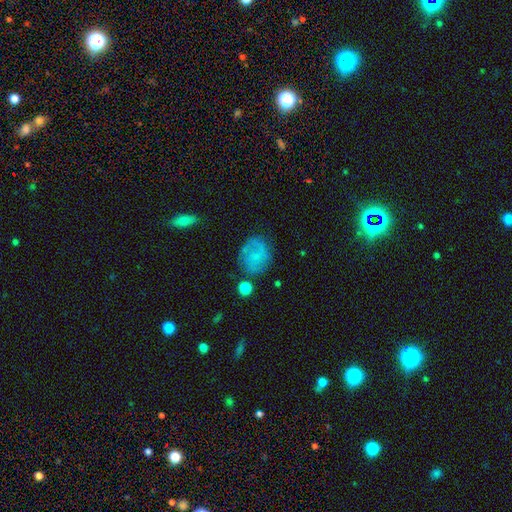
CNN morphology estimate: Smooth or featured? smooth (54%)
How rounded? round (59%)
Merging? none (68%)